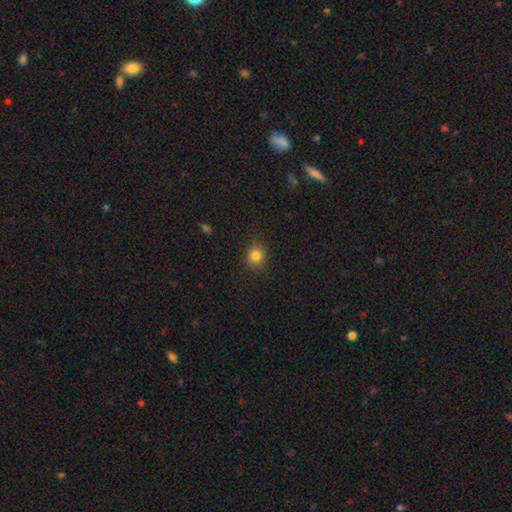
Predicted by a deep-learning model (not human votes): Q: Smooth or featured?
A: smooth (83%); runner-up: star or artifact (12%)
Q: How rounded?
A: round (86%); runner-up: in between (13%)
Q: Merging?
A: none (89%); runner-up: minor disturbance (8%)